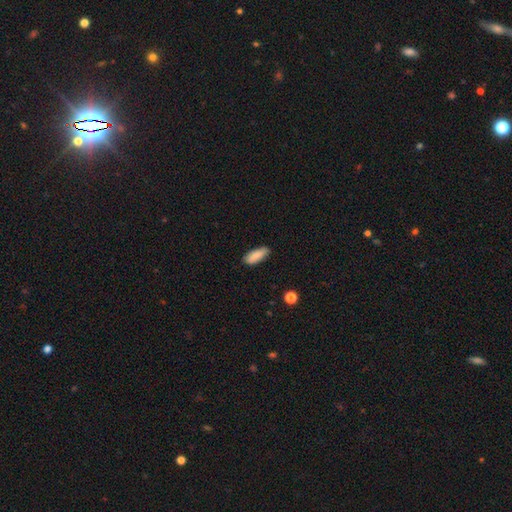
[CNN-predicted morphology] The model was most divided on "how rounded": in between: 71%, cigar-shaped: 27%, round: 2%. More confident: smooth or featured — smooth (87%); merging — none (81%).